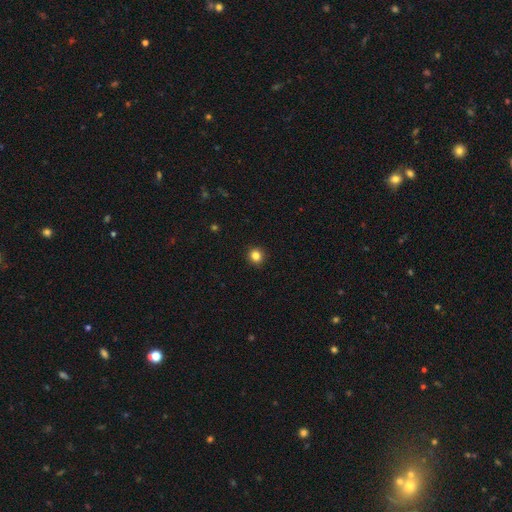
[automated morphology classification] A smooth galaxy with no disk features (84%) that is round (92%). Merging: none (93%).